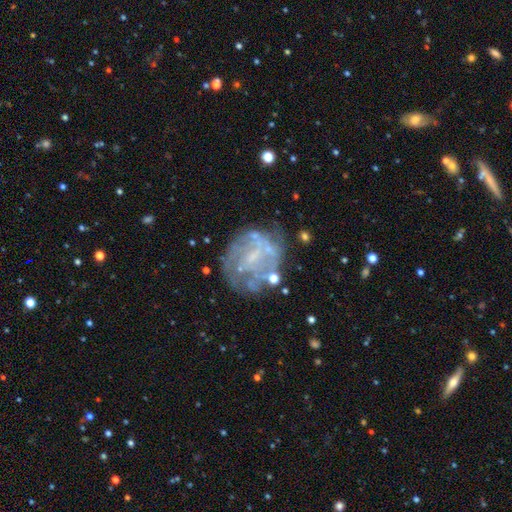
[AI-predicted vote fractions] Q: Smooth or featured?
A: featured or disk (67%); runner-up: smooth (20%)
Q: Edge-on disk?
A: no (98%); runner-up: yes (2%)
Q: Bar?
A: no (63%); runner-up: weak (27%)
Q: Spiral arms?
A: no (66%); runner-up: yes (34%)
Q: Bulge size?
A: none (51%); runner-up: small (34%)
Q: Merging?
A: none (56%); runner-up: minor disturbance (20%)